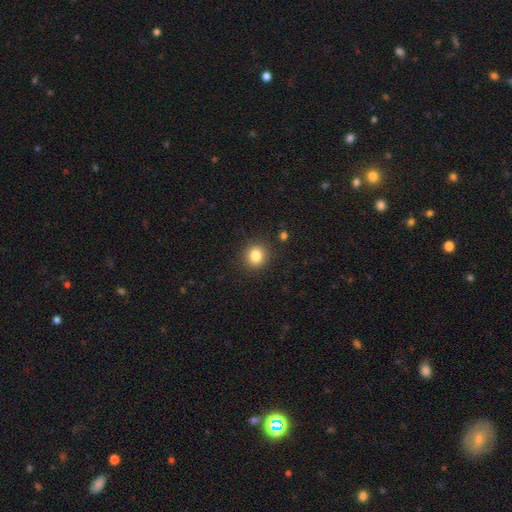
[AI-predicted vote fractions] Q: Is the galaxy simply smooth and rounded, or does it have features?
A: smooth — 83%.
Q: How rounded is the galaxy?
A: round — 87%.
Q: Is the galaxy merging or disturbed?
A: none — 90%.